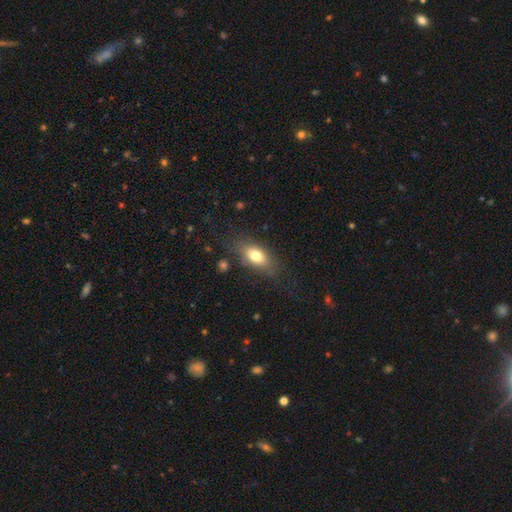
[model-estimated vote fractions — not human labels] This is likely a smooth galaxy (74%). How rounded: clearly in between (82%). Merging: likely none (75%).